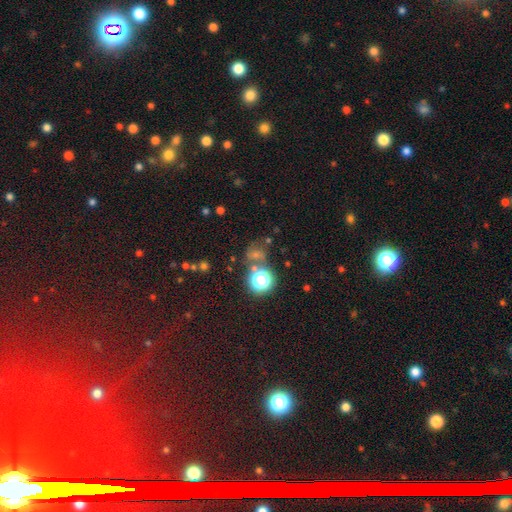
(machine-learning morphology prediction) smooth 45%, star or artifact 40%, featured or disk 15%. Down the decision tree: merging — none (59%).